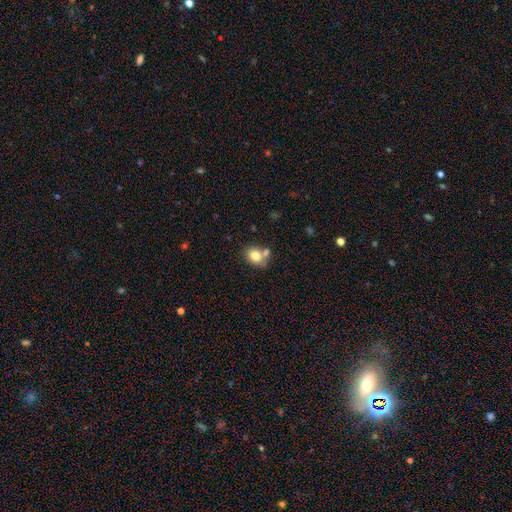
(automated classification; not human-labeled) A smooth galaxy with no disk features (78%) that is in between round and cigar-shaped (51%).

Vote fractions:
- Smooth or featured? smooth: 78% / featured or disk: 12% / star or artifact: 10%
- How rounded? in between: 51% / round: 48% / cigar-shaped: 1%
- Merging? none: 55% / merger: 28% / minor disturbance: 13% / major disturbance: 4%